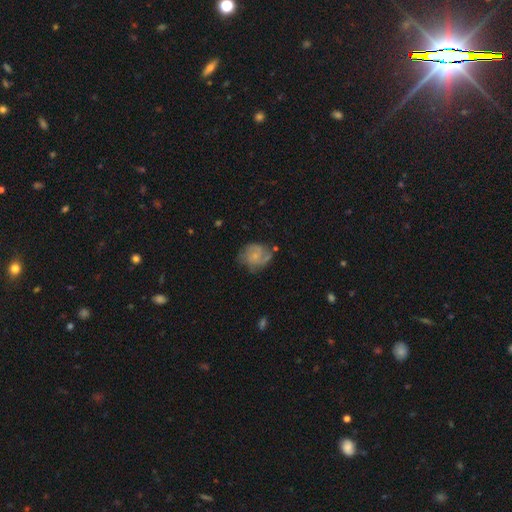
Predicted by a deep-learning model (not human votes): Q: Smooth or featured?
A: featured or disk (61%); runner-up: smooth (31%)
Q: Edge-on disk?
A: no (98%); runner-up: yes (2%)
Q: Bar?
A: no (72%); runner-up: weak (25%)
Q: Spiral arms?
A: yes (86%); runner-up: no (14%)
Q: Spiral winding?
A: medium (42%); runner-up: tight (39%)
Q: Spiral arm count?
A: 2 (44%); runner-up: can't tell (25%)
Q: Bulge size?
A: small (63%); runner-up: none (18%)
Q: Merging?
A: none (55%); runner-up: minor disturbance (27%)